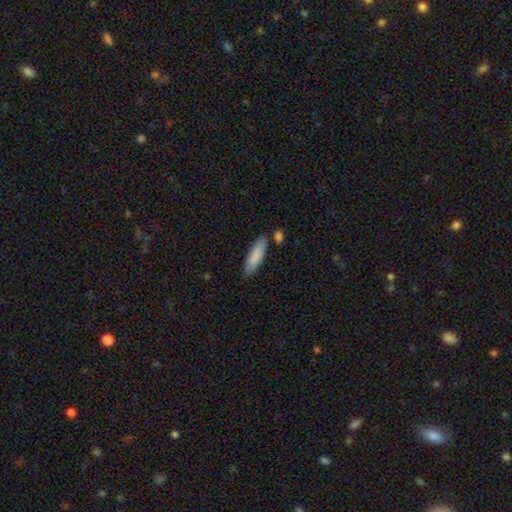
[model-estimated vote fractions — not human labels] Morphology: type=smooth (84%); roundness=cigar-shaped (58%); merging=none (78%).